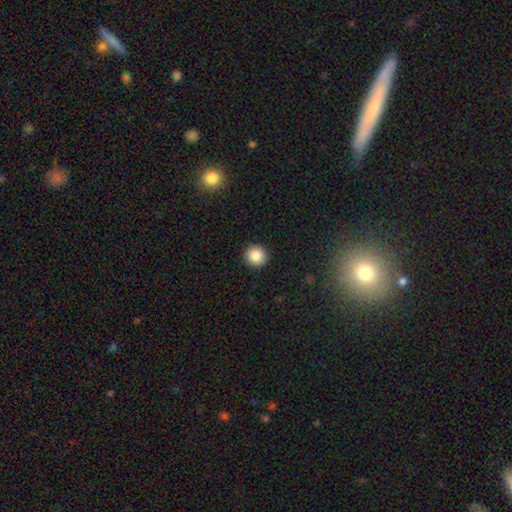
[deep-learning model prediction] Morphology: type=smooth (86%); roundness=round (95%); merging=none (93%).